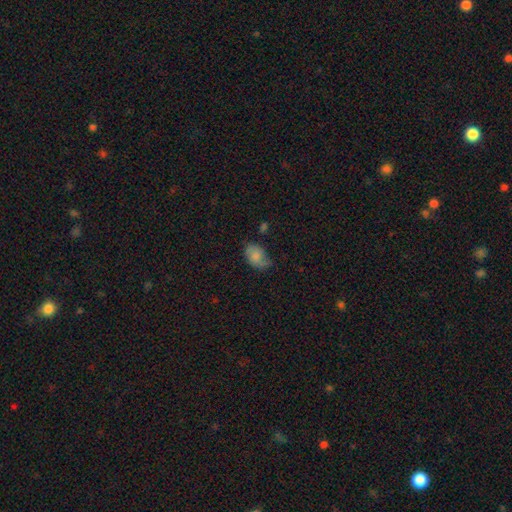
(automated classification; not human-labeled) Morphology: type=smooth (72%); roundness=in between (84%); merging=none (49%).